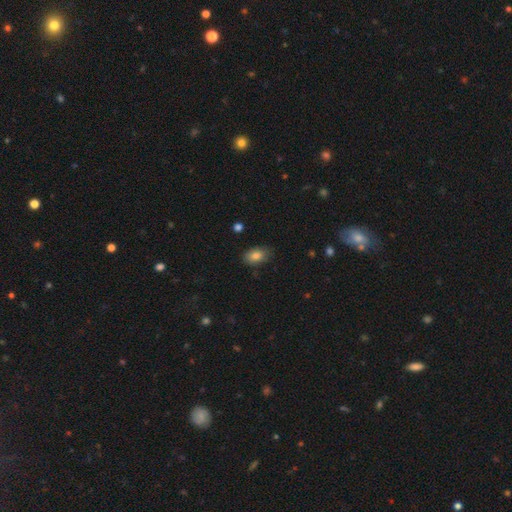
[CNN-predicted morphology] A smooth galaxy with no disk features (85%) that is in between round and cigar-shaped (88%).

Vote fractions:
- Smooth or featured? smooth: 85% / star or artifact: 8% / featured or disk: 7%
- How rounded? in between: 88% / round: 11% / cigar-shaped: 2%
- Merging? none: 79% / minor disturbance: 16% / major disturbance: 3% / merger: 1%